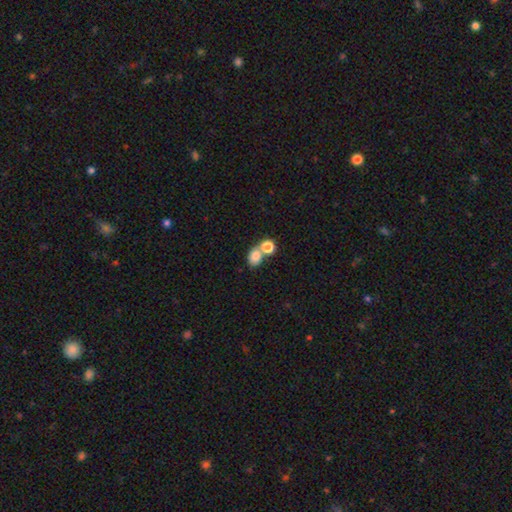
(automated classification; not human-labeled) This is clearly a smooth galaxy (80%). How rounded: possibly in between (52%). Merging: possibly merger (51%).